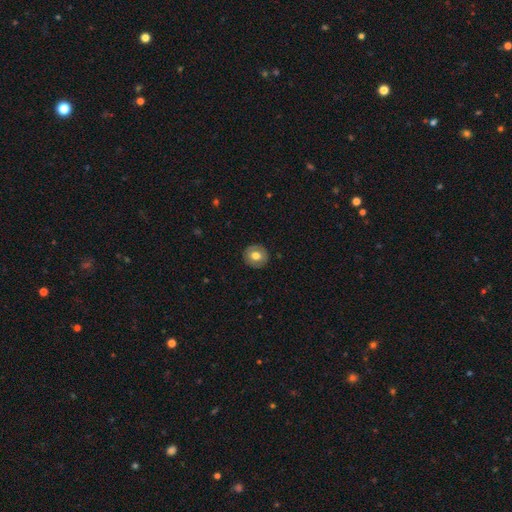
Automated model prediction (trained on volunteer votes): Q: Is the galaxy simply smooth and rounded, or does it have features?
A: smooth — 70%.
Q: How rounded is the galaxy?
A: round — 90%.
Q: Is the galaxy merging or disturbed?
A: none — 90%.